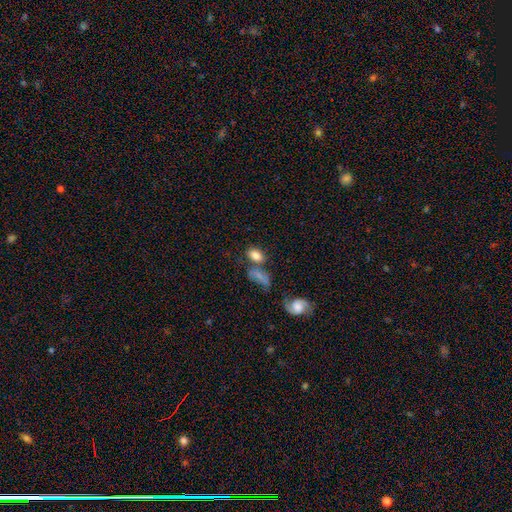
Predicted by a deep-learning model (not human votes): A smooth galaxy with no disk features (78%) that is in between round and cigar-shaped (85%). Merging: none (49%).